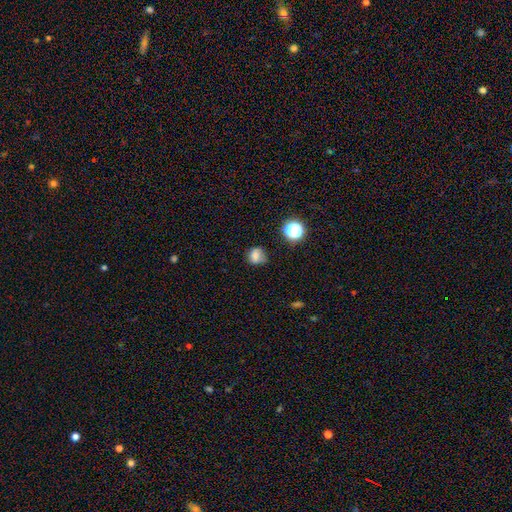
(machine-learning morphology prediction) Q: Smooth or featured?
A: smooth (77%); runner-up: star or artifact (14%)
Q: How rounded?
A: round (73%); runner-up: in between (26%)
Q: Merging?
A: none (61%); runner-up: minor disturbance (27%)